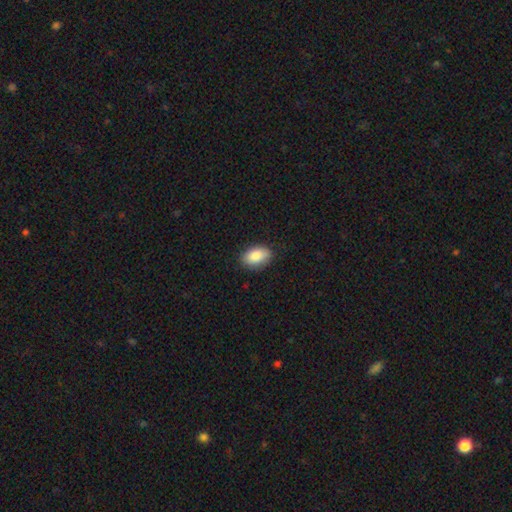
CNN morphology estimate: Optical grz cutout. It shows a smooth galaxy with no disk features (88%) that is in between round and cigar-shaped (89%). Merging: none (84%).